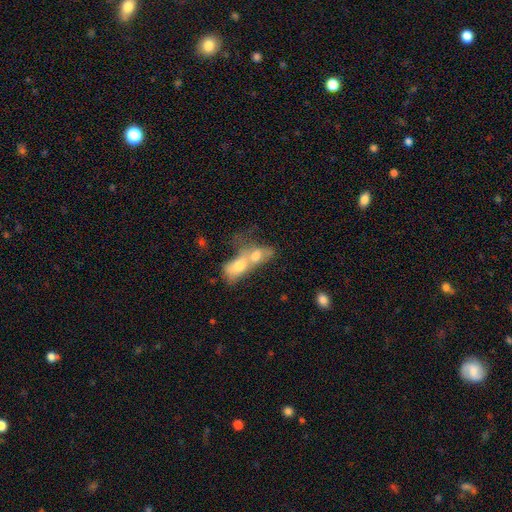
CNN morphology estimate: A smooth galaxy with no disk features (64%) that is in between round and cigar-shaped (76%). Merging: merger (81%).